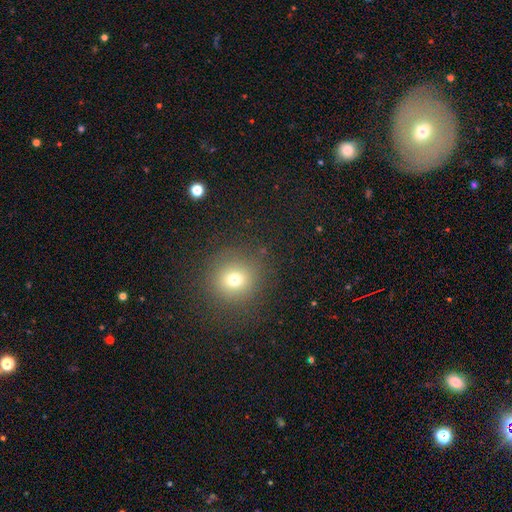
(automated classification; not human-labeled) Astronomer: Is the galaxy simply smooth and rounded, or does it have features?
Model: smooth — 64%.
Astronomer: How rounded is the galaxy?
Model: round — 91%.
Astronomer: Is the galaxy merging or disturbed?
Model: none — 89%.